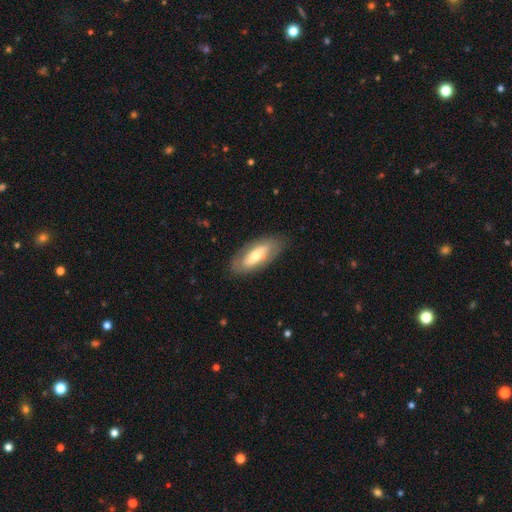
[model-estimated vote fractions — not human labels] This is possibly a smooth galaxy (49%). Merging: clearly none (83%).